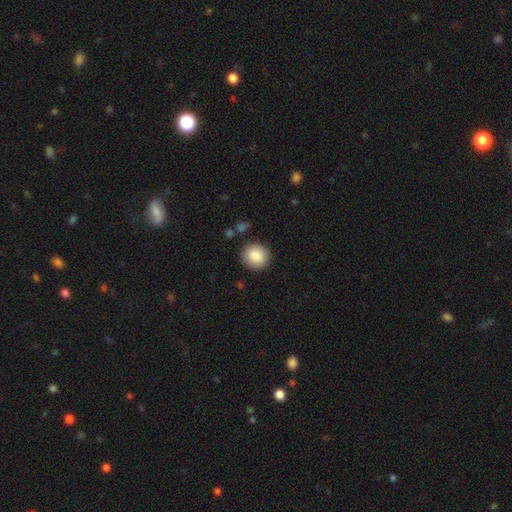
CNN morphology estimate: smooth-or-featured: smooth: 88% | star or artifact: 7% | featured or disk: 5%
  how-rounded: round: 87% | in between: 12% | cigar-shaped: 1%
  merging: none: 87% | minor disturbance: 8% | major disturbance: 2% | merger: 2%